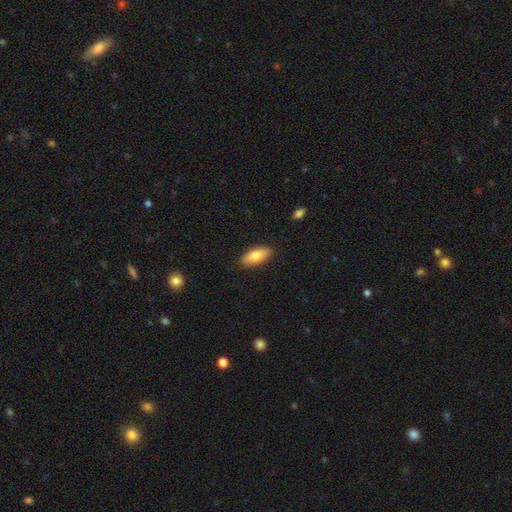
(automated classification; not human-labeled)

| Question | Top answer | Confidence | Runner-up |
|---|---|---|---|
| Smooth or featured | smooth | 82% | featured or disk (12%) |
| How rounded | in between | 83% | cigar-shaped (14%) |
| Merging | none | 88% | minor disturbance (9%) |